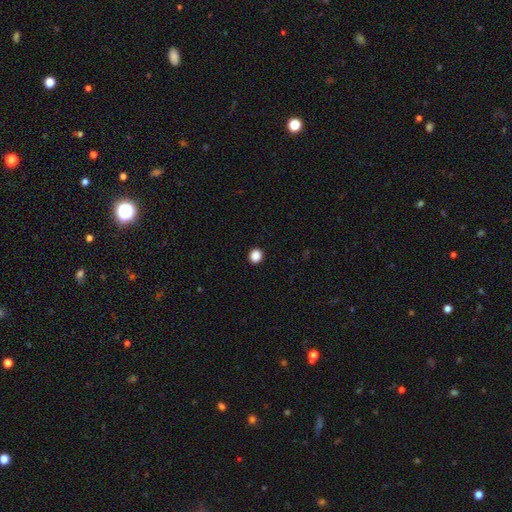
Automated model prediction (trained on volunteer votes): Morphology: type=smooth (88%); roundness=round (82%); merging=none (93%).